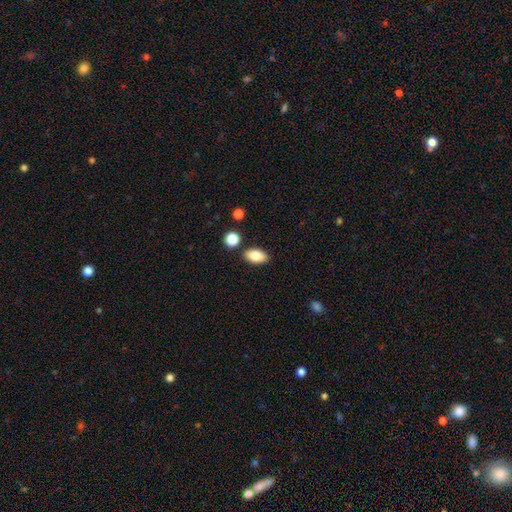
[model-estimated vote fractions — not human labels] smooth_or_featured: smooth (p=0.83) [alt: featured or disk p=0.09]
how_rounded: in between (p=0.91) [alt: round p=0.06]
merging: none (p=0.85) [alt: minor disturbance p=0.09]